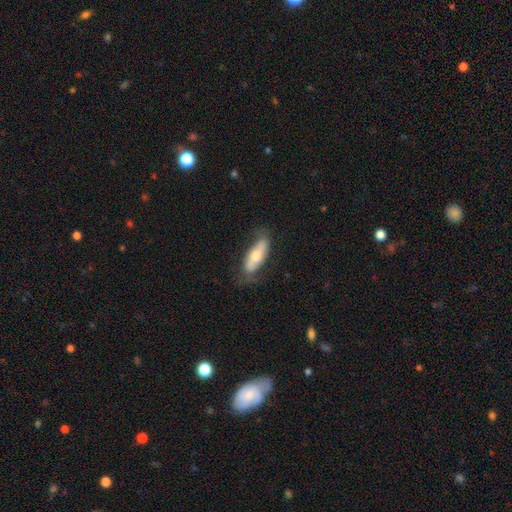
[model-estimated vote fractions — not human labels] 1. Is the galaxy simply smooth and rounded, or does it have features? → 53% smooth, 41% featured or disk, 6% star or artifact.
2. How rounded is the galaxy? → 67% in between, 31% cigar-shaped, 2% round.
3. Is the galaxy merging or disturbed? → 69% none, 23% minor disturbance, 7% major disturbance, 2% merger.